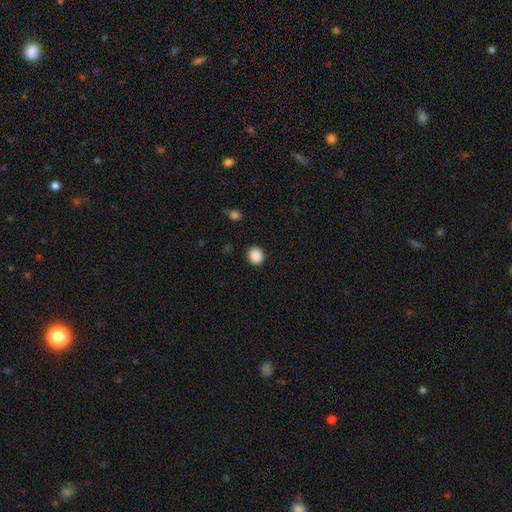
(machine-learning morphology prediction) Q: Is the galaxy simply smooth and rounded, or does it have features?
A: smooth — 89%.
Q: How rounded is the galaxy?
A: round — 78%.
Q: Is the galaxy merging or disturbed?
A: none — 89%.